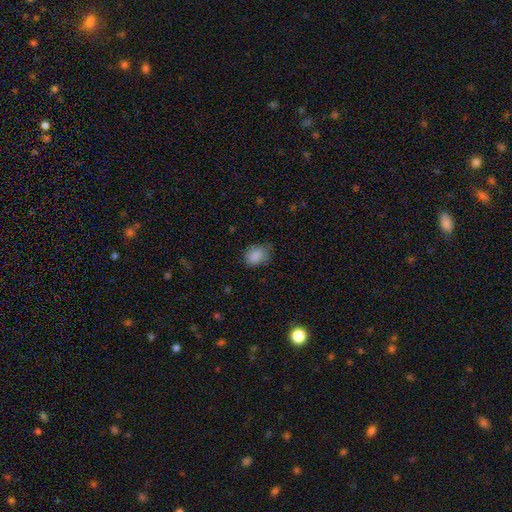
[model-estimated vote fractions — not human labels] This appears to be a smooth galaxy with no disk features (86%) that is in between round and cigar-shaped (60%). Merging: none (69%).